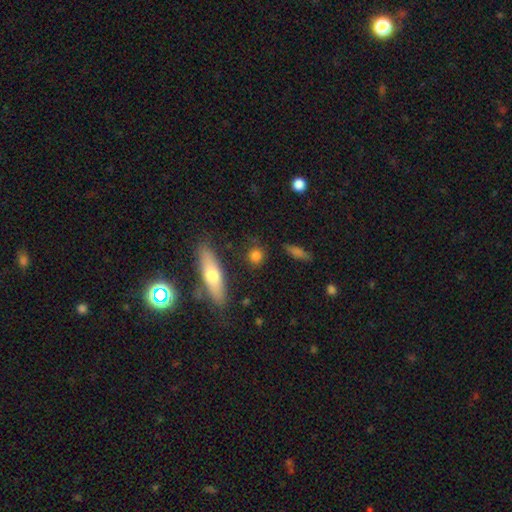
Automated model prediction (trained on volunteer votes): Smooth or featured? smooth (78%)
How rounded? round (71%)
Merging? none (82%)